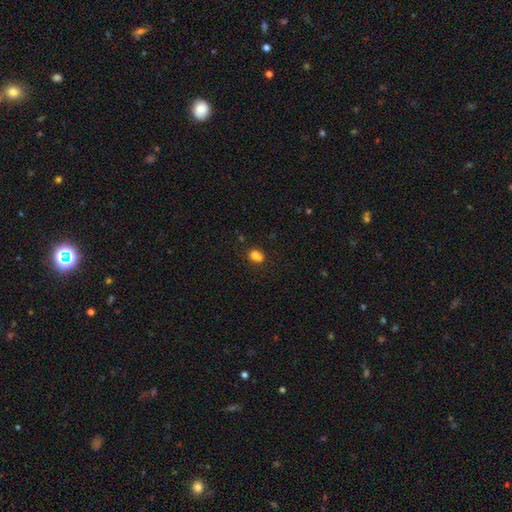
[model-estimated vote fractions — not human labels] This is clearly a smooth galaxy (83%). How rounded: likely in between (65%). Merging: likely none (73%).